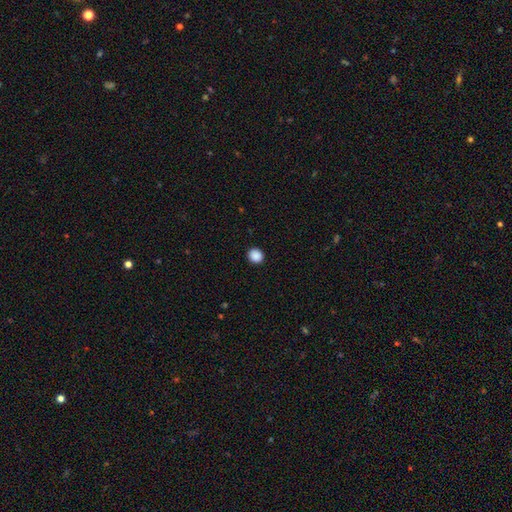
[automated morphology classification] Q: Smooth or featured?
A: smooth (89%); runner-up: star or artifact (9%)
Q: How rounded?
A: round (86%); runner-up: in between (13%)
Q: Merging?
A: none (92%); runner-up: minor disturbance (5%)